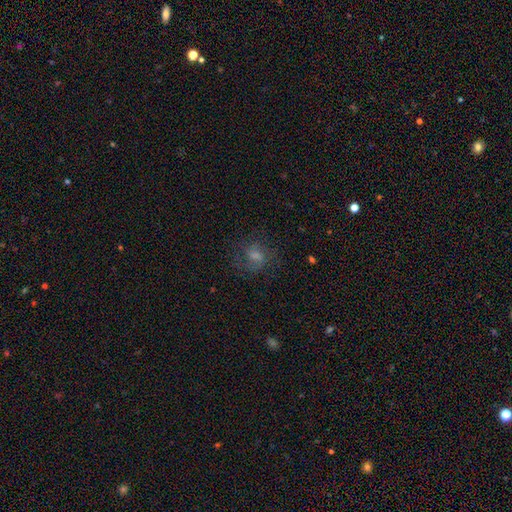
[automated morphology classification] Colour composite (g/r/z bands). It shows a smooth galaxy with no disk features (45%). Merging: none (65%).